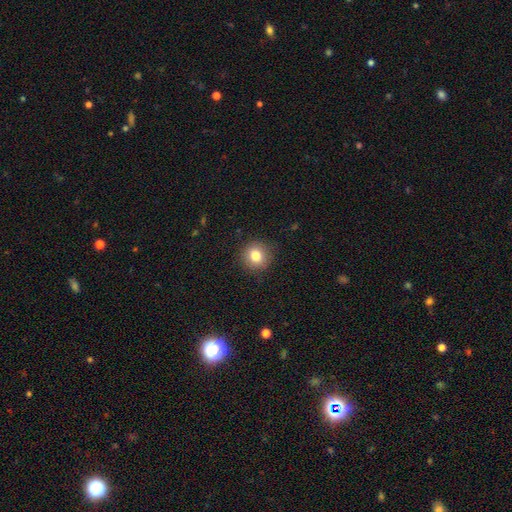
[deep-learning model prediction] This appears to be a smooth galaxy with no disk features (81%) that is round (88%). Merging: none (88%).